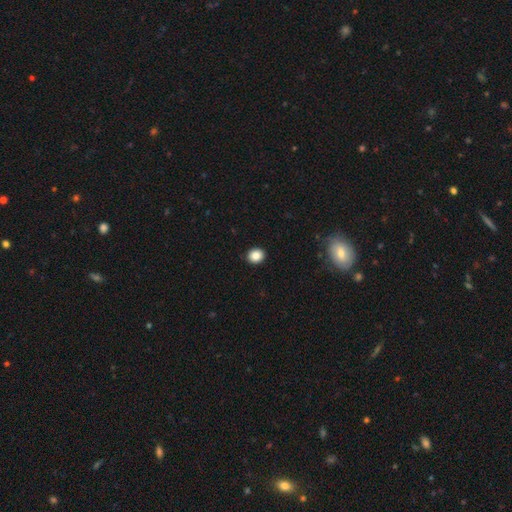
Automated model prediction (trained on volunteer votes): Morphology: type=smooth (86%); roundness=round (73%); merging=none (92%).